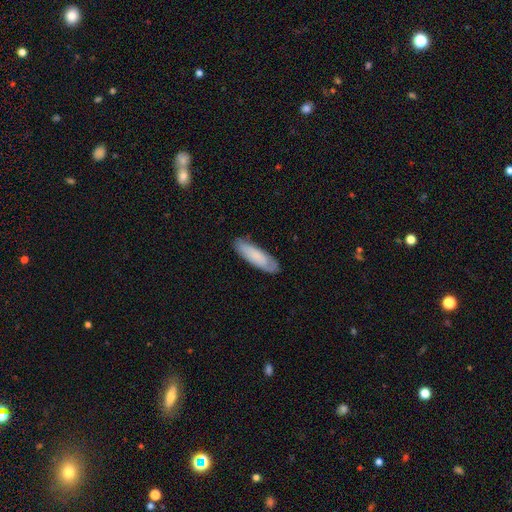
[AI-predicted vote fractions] Q: Smooth or featured?
A: smooth (76%); runner-up: featured or disk (18%)
Q: How rounded?
A: cigar-shaped (55%); runner-up: in between (43%)
Q: Merging?
A: none (80%); runner-up: minor disturbance (15%)